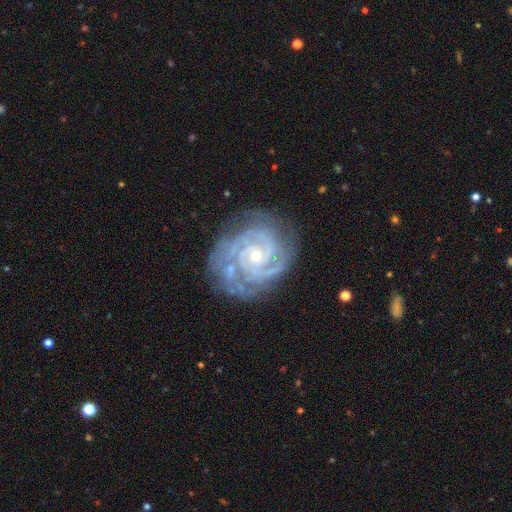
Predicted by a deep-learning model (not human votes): smooth_or_featured: featured or disk (p=0.91) [alt: star or artifact p=0.05]
disk_edge_on: no (p=0.98) [alt: yes p=0.02]
bar: no (p=0.69) [alt: weak p=0.23]
has_spiral_arms: yes (p=0.98) [alt: no p=0.02]
spiral_winding: tight (p=0.76) [alt: medium p=0.22]
spiral_arm_count: 3 (p=0.34) [alt: 2 p=0.28]
bulge_size: small (p=0.69) [alt: moderate p=0.28]
merging: none (p=0.73) [alt: minor disturbance p=0.18]